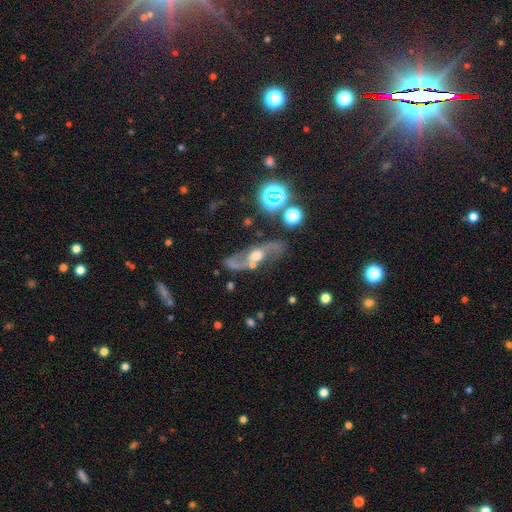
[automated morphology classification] Smooth or featured? Predicted: featured or disk (p=0.78). Edge-on disk? Predicted: no (p=0.86). Bar? Predicted: no (p=0.58). Spiral arms? Predicted: yes (p=0.89). Spiral winding? Predicted: loose (p=0.72). Spiral arm count? Predicted: 2 (p=0.91). Bulge size? Predicted: moderate (p=0.59). Merging? Predicted: none (p=0.62).